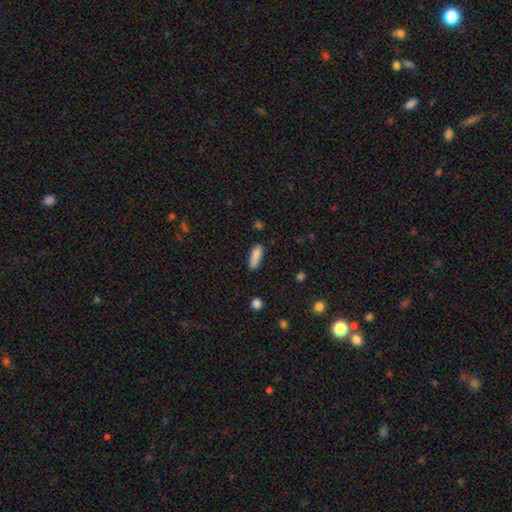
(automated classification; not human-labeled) smooth_or_featured: smooth (p=0.86) [alt: star or artifact p=0.07]
how_rounded: in between (p=0.55) [alt: cigar-shaped p=0.43]
merging: none (p=0.74) [alt: minor disturbance p=0.18]